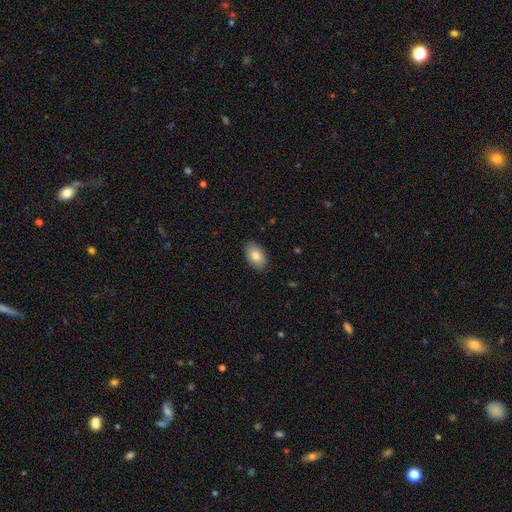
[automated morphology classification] Smooth or featured?
  - smooth: 82% *
  - featured or disk: 12%
  - star or artifact: 7%
How rounded?
  - in between: 91% *
  - round: 8%
  - cigar-shaped: 1%
Merging?
  - none: 87% *
  - minor disturbance: 11%
  - major disturbance: 2%
  - merger: 1%